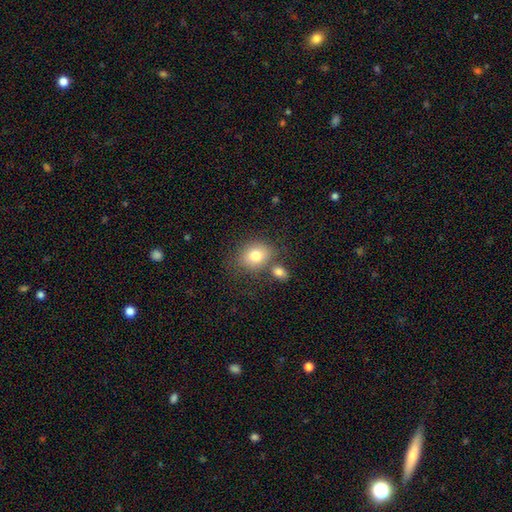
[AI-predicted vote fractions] This is likely a smooth galaxy (79%). How rounded: possibly in between (51%). Merging: likely none (61%).